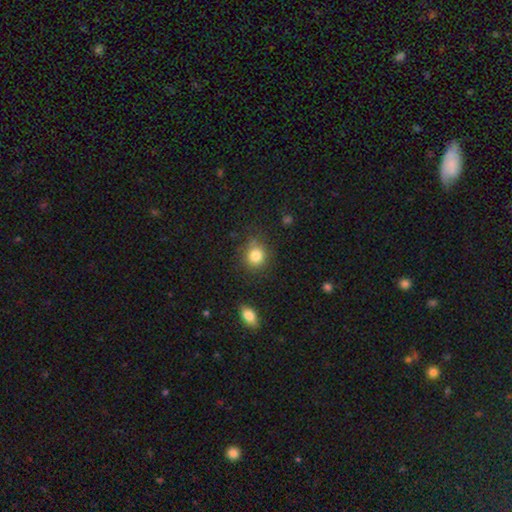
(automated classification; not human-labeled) A smooth galaxy with no disk features (84%) that is round (81%).

Vote fractions:
- Smooth or featured? smooth: 84% / star or artifact: 10% / featured or disk: 6%
- How rounded? round: 81% / in between: 18% / cigar-shaped: 1%
- Merging? none: 78% / minor disturbance: 15% / major disturbance: 4% / merger: 3%